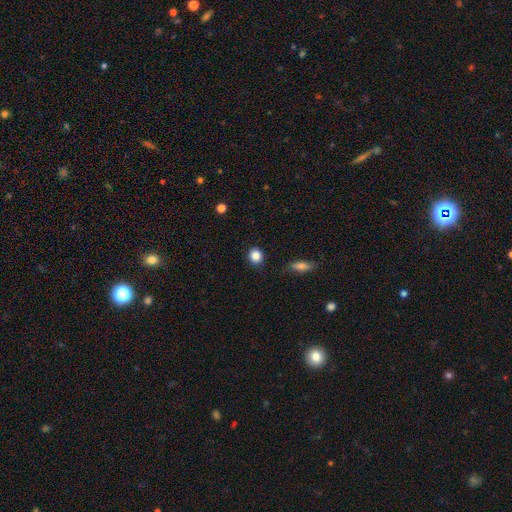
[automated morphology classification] Overall: smooth (87%). How rounded: round (83%). Merging: none (88%).